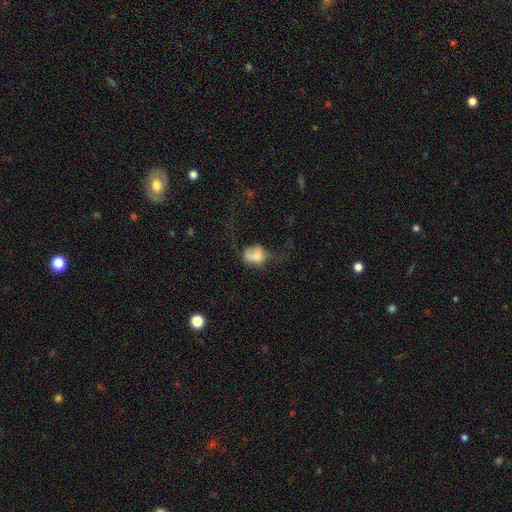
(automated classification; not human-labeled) smooth_or_featured: smooth (p=0.68) [alt: featured or disk p=0.20]
how_rounded: in between (p=0.60) [alt: round p=0.38]
merging: major disturbance (p=0.37) [alt: minor disturbance p=0.27]